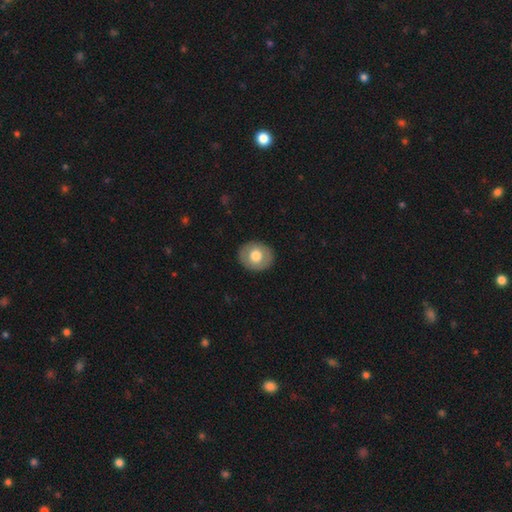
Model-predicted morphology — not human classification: This appears to be a smooth galaxy with no disk features (66%) that is round (68%). Merging: none (89%).